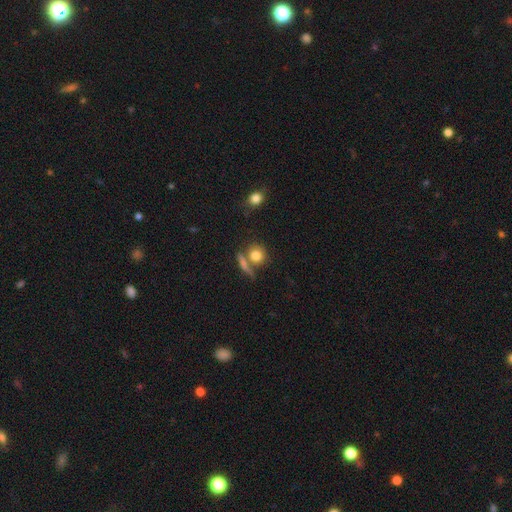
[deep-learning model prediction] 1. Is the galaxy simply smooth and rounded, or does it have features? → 80% smooth, 10% featured or disk, 10% star or artifact.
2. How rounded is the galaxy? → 79% round, 17% in between, 4% cigar-shaped.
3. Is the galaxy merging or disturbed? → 60% none, 24% merger, 11% minor disturbance, 5% major disturbance.